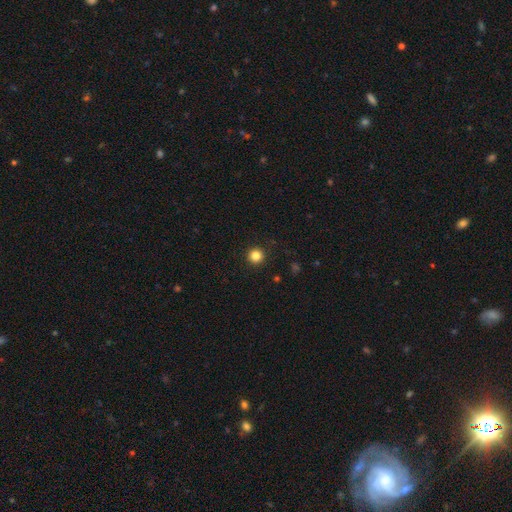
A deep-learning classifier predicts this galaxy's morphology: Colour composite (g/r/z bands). It shows a smooth galaxy with no disk features (84%) that is round (96%). Merging: none (93%).